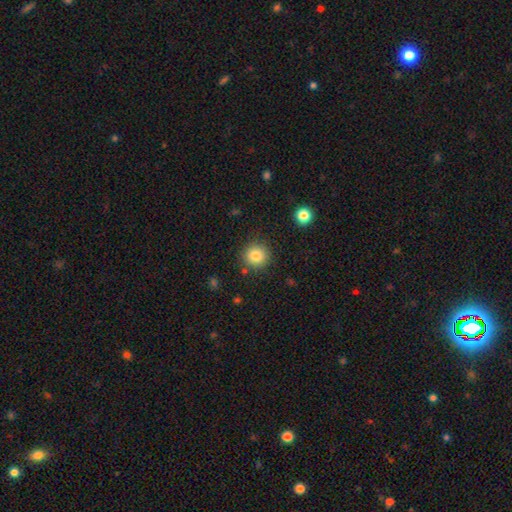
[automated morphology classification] Q: Smooth or featured?
A: smooth (83%); runner-up: star or artifact (11%)
Q: How rounded?
A: round (93%); runner-up: in between (6%)
Q: Merging?
A: none (86%); runner-up: minor disturbance (8%)